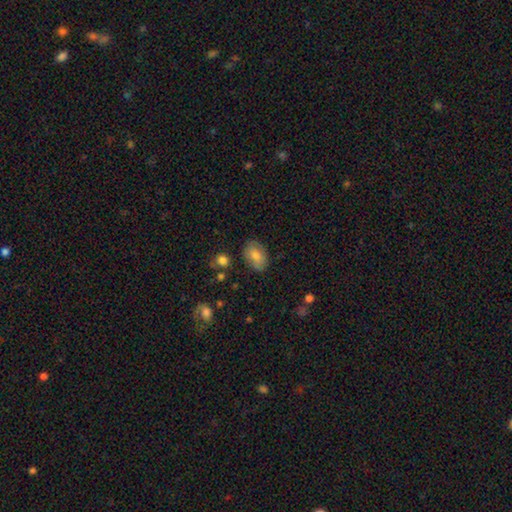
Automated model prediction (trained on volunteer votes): smooth-or-featured: smooth: 77% | featured or disk: 15% | star or artifact: 8%
  how-rounded: in between: 86% | round: 12% | cigar-shaped: 1%
  merging: none: 79% | minor disturbance: 15% | major disturbance: 3% | merger: 2%